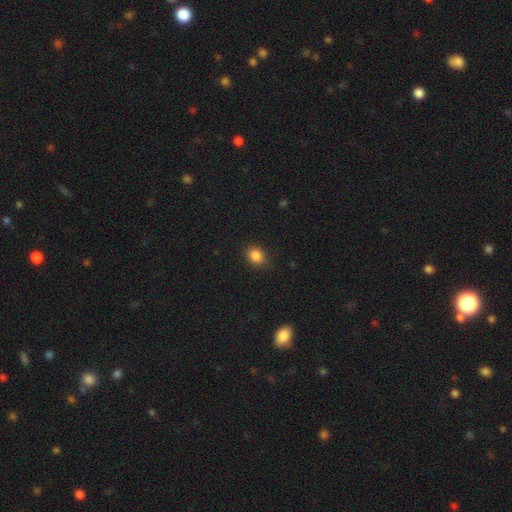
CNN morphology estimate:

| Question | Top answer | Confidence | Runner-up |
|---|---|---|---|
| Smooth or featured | smooth | 85% | star or artifact (11%) |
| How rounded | round | 53% | in between (46%) |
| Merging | none | 82% | minor disturbance (14%) |